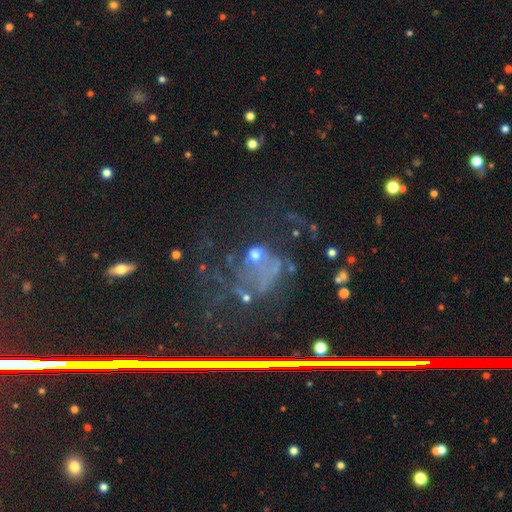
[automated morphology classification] A featured or disk galaxy (45%). Merging: major disturbance (45%).